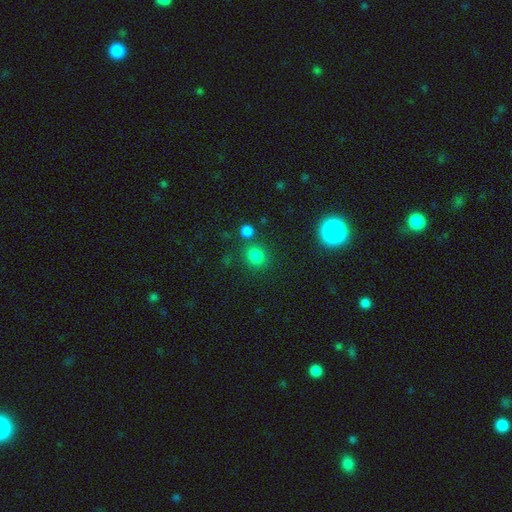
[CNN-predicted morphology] smooth 79%, star or artifact 16%, featured or disk 5%. Down the decision tree: how rounded — round (72%); merging — none (74%).